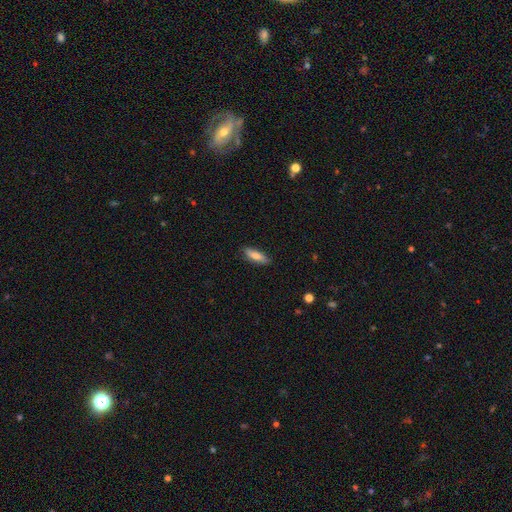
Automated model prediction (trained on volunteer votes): This appears to be a smooth galaxy with no disk features (73%) that is cigar-shaped (51%). Merging: none (86%).